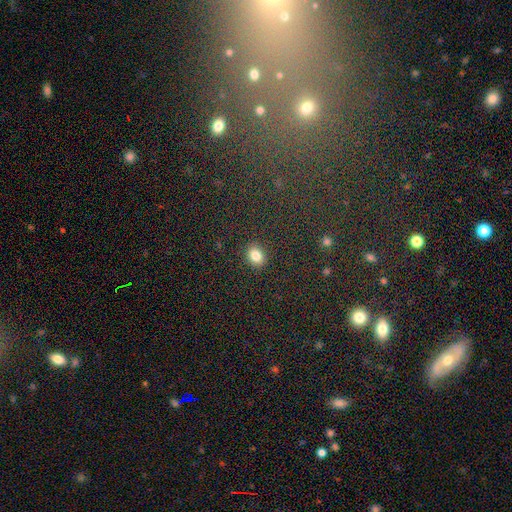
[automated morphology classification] Smooth or featured: smooth — 83% (star or artifact — 11%)
How rounded: in between — 52% (round — 47%)
Merging: none — 89% (minor disturbance — 7%)